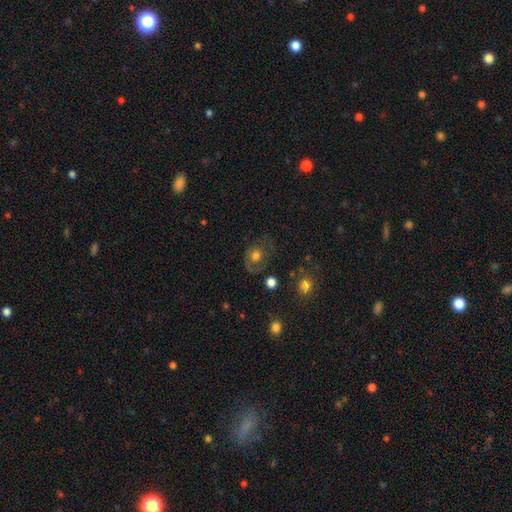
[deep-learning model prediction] smooth-or-featured: smooth: 52% | featured or disk: 37% | star or artifact: 11%
  how-rounded: round: 60% | in between: 39% | cigar-shaped: 1%
  merging: none: 55% | minor disturbance: 22% | major disturbance: 21% | merger: 3%